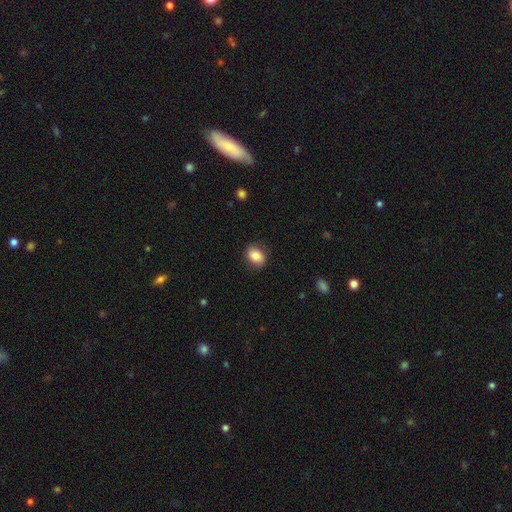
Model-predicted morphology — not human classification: Smooth or featured? Predicted: smooth (p=0.83). How rounded? Predicted: in between (p=0.56). Merging? Predicted: none (p=0.83).